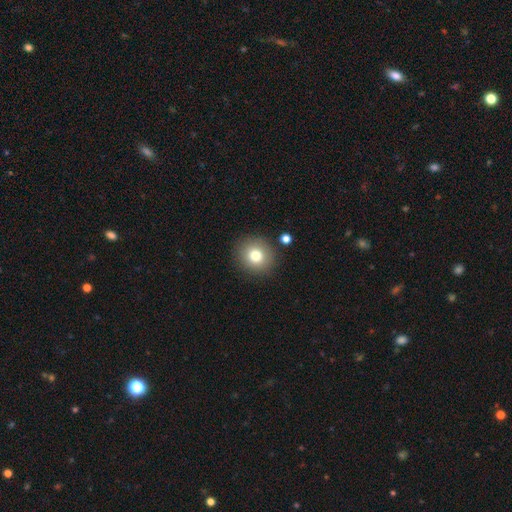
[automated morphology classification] smooth 78%, star or artifact 11%, featured or disk 11%. Down the decision tree: how rounded — round (88%); merging — none (87%).